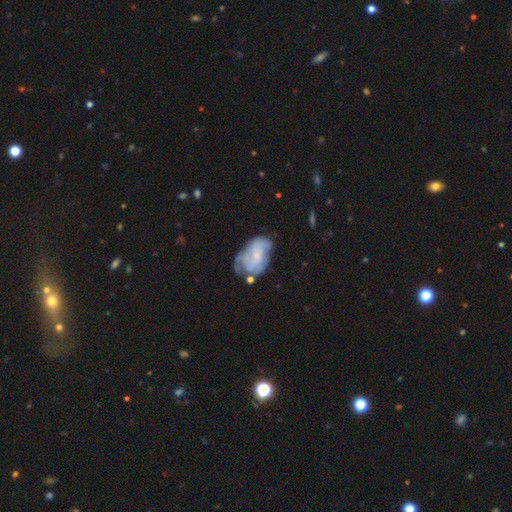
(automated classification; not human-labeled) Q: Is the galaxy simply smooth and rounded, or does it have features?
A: featured or disk — 53%.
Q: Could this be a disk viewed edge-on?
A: no — 97%.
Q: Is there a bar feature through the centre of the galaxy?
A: no — 73%.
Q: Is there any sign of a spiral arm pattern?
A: yes — 57%.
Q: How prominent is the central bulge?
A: small — 41%.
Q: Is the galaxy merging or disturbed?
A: none — 34%.